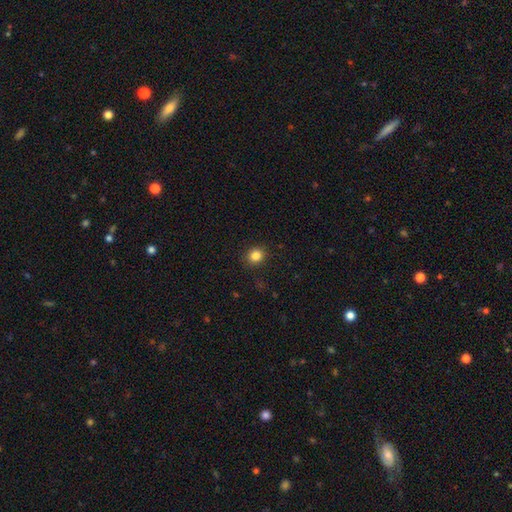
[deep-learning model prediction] smooth 84%, star or artifact 11%, featured or disk 4%. Down the decision tree: how rounded — round (82%); merging — none (90%).